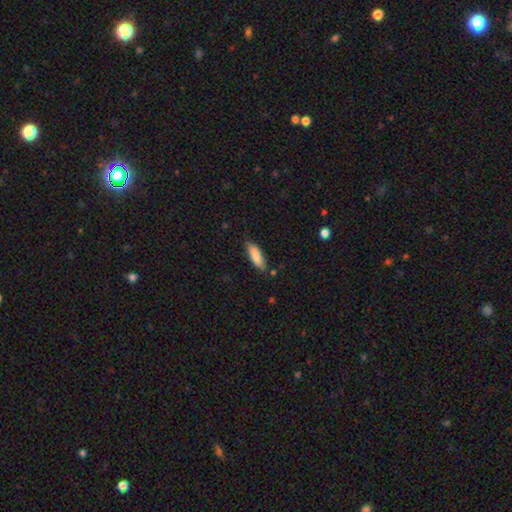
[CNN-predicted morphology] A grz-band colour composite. It shows a smooth galaxy with no disk features (85%) that is in between round and cigar-shaped (49%, tied with cigar-shaped). Merging: none (79%).